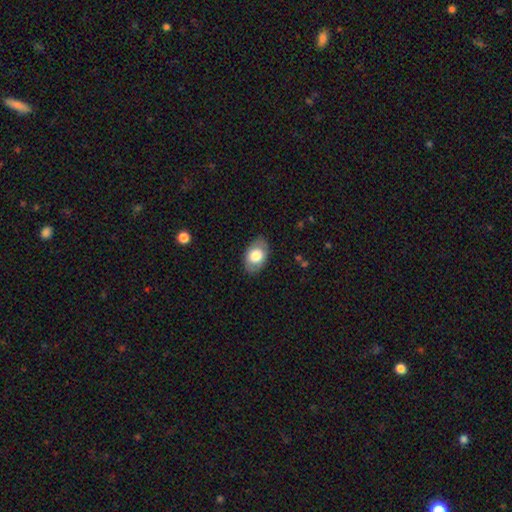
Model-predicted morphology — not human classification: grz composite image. It shows a smooth galaxy with no disk features (73%) that is in between round and cigar-shaped (88%). Merging: none (84%).